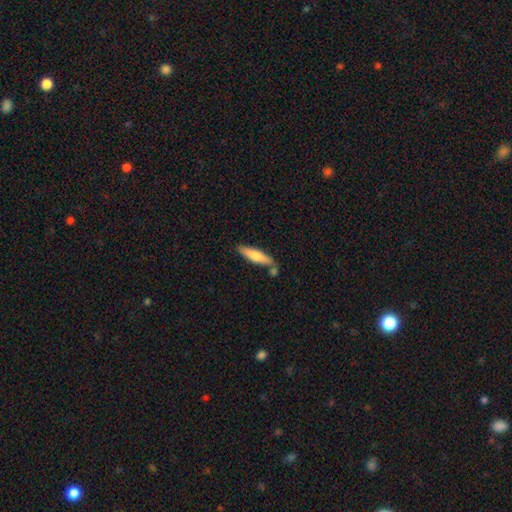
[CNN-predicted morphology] Smooth or featured? smooth (71%)
How rounded? cigar-shaped (74%)
Merging? none (69%)